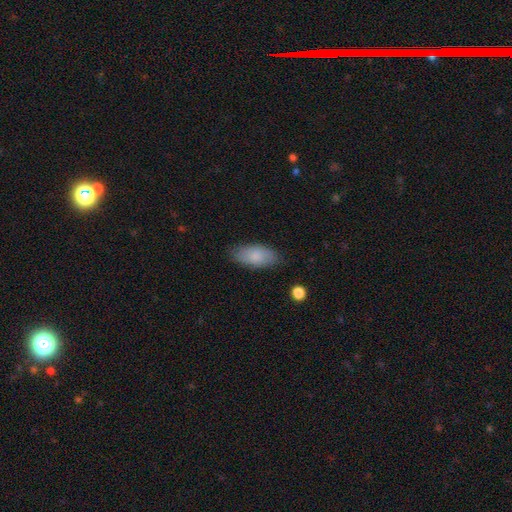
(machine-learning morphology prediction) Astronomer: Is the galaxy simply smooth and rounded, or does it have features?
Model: smooth — 81%.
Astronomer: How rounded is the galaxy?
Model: in between — 92%.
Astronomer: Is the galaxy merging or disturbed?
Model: none — 80%.